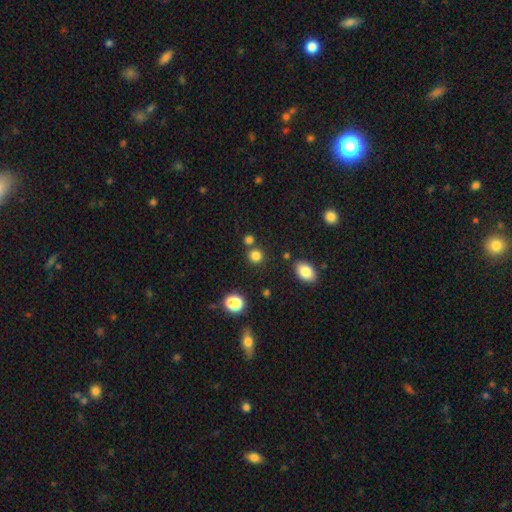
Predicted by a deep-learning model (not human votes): A smooth galaxy with no disk features (80%) that is round (87%).

Vote fractions:
- Smooth or featured? smooth: 80% / star or artifact: 15% / featured or disk: 5%
- How rounded? round: 87% / in between: 11% / cigar-shaped: 1%
- Merging? none: 76% / merger: 14% / minor disturbance: 8% / major disturbance: 3%